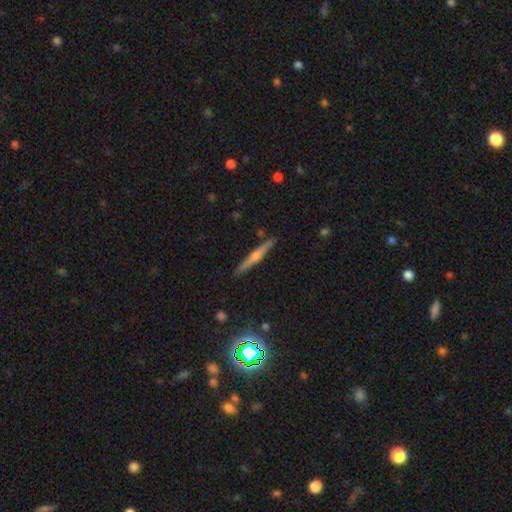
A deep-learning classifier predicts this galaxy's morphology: The model was most divided on "smooth or featured": featured or disk: 68%, smooth: 22%, star or artifact: 10%. More confident: edge-on disk — yes (98%); merging — none (91%); edge-on bulge — rounded (81%).